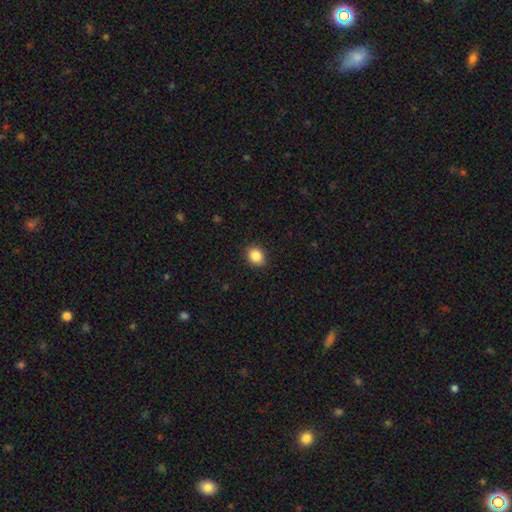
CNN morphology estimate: Smooth or featured: smooth — 87% (star or artifact — 9%)
How rounded: round — 54% (in between — 45%)
Merging: none — 88% (minor disturbance — 8%)